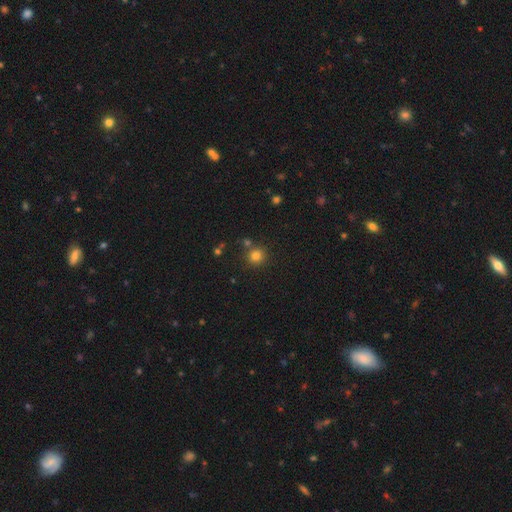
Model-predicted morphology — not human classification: Smooth or featured?
  - smooth: 80% *
  - star or artifact: 14%
  - featured or disk: 6%
How rounded?
  - round: 92% *
  - in between: 7%
  - cigar-shaped: 1%
Merging?
  - none: 78% *
  - merger: 10%
  - minor disturbance: 8%
  - major disturbance: 3%